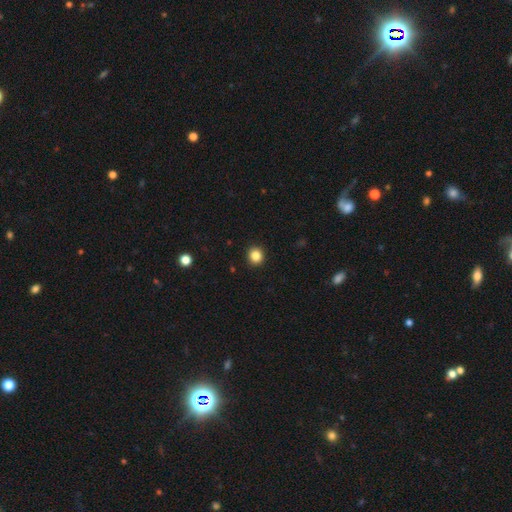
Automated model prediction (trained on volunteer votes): This is clearly a smooth galaxy (85%). How rounded: clearly round (90%). Merging: clearly none (93%).